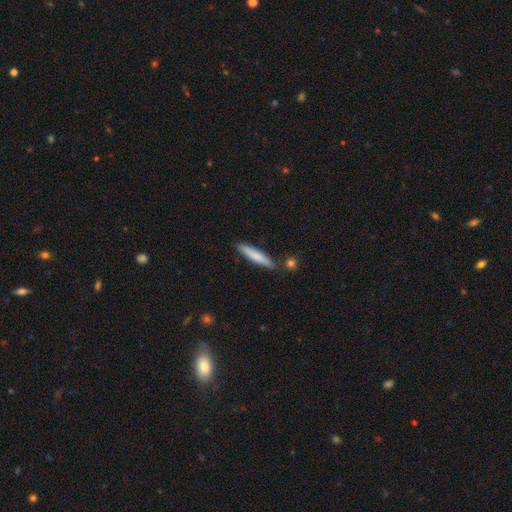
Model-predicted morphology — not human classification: smooth-or-featured: smooth: 74% | featured or disk: 20% | star or artifact: 5%
  how-rounded: cigar-shaped: 91% | in between: 7% | round: 1%
  merging: none: 86% | minor disturbance: 9% | merger: 3% | major disturbance: 2%